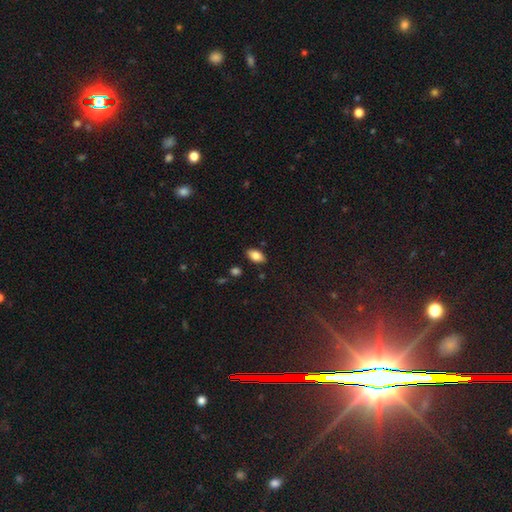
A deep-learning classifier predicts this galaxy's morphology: Q: Smooth or featured?
A: smooth (82%); runner-up: featured or disk (11%)
Q: How rounded?
A: in between (92%); runner-up: round (4%)
Q: Merging?
A: none (86%); runner-up: minor disturbance (10%)